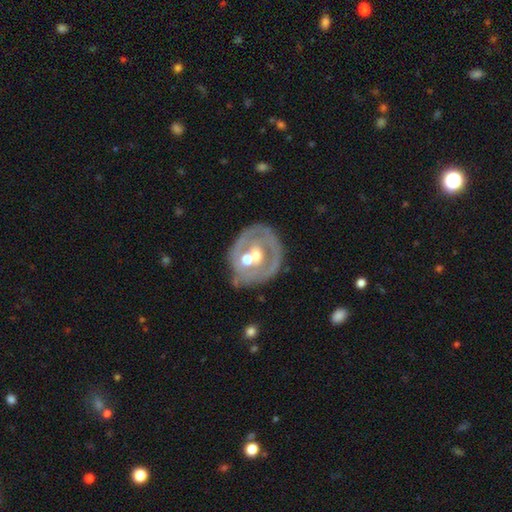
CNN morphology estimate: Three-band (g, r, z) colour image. It shows a featured or disk galaxy (68%) with no bar (73%), no spiral arms (73%) and a moderate central bulge (75%). Merging: none (53%).